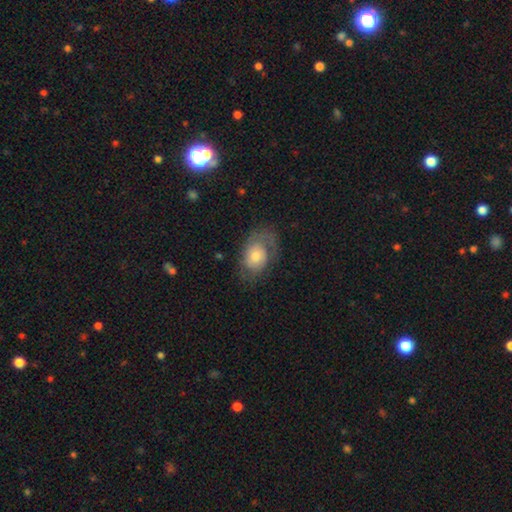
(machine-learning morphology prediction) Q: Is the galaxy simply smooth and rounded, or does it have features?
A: featured or disk — 48%.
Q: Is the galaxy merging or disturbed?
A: none — 59%.